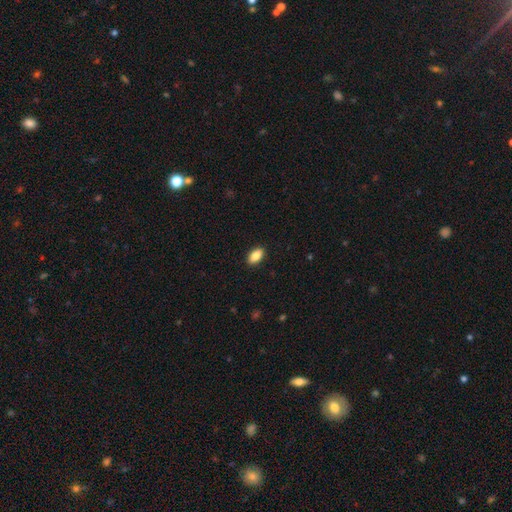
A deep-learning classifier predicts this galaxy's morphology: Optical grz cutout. It shows a smooth galaxy with no disk features (86%) that is in between round and cigar-shaped (91%). Merging: none (90%).